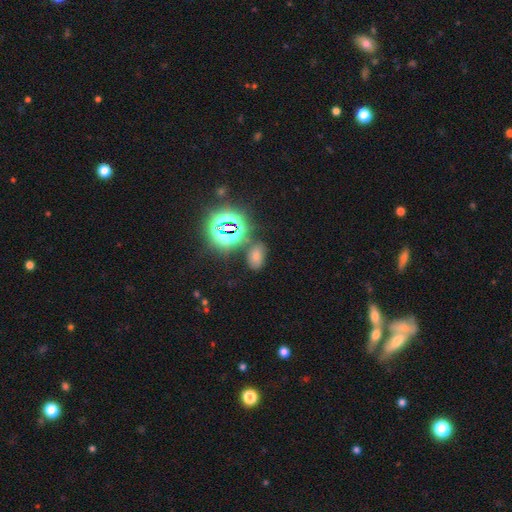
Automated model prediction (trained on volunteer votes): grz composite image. It shows a smooth galaxy with no disk features (54%) that is in between round and cigar-shaped (86%). Merging: none (73%).